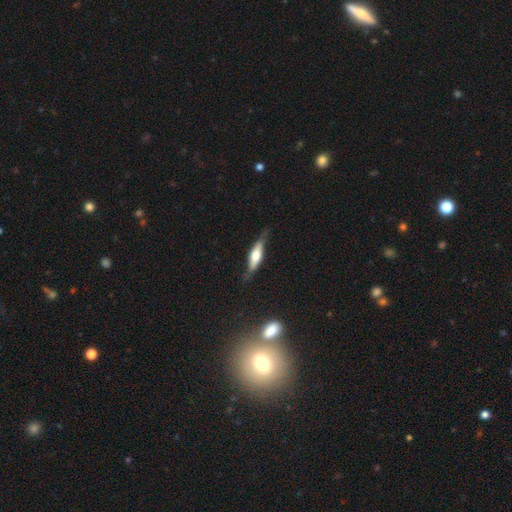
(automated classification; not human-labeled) This is possibly a featured or disk galaxy (53%). It is clearly viewed edge-on (85%). Merging: likely none (69%).